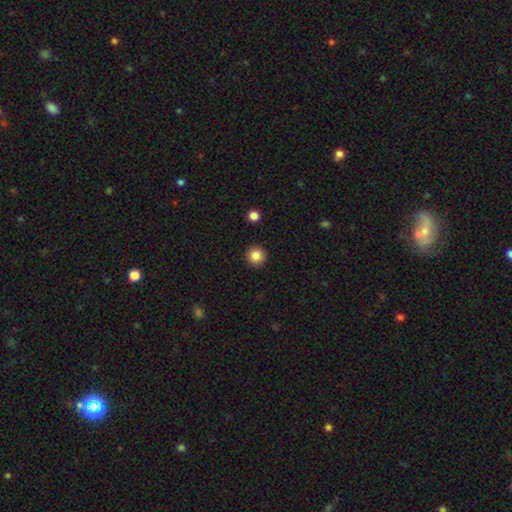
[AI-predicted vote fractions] Smooth or featured?
  - smooth: 85% *
  - star or artifact: 10%
  - featured or disk: 5%
How rounded?
  - round: 96% *
  - in between: 3%
  - cigar-shaped: 1%
Merging?
  - none: 93% *
  - minor disturbance: 4%
  - major disturbance: 2%
  - merger: 1%